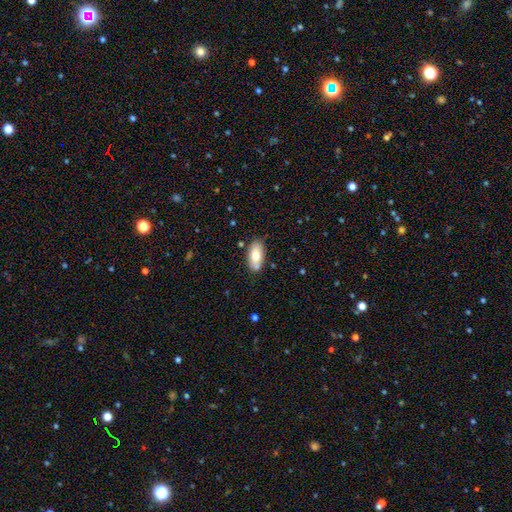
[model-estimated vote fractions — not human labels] The model was most divided on "smooth or featured": smooth: 76%, featured or disk: 17%, star or artifact: 7%. More confident: how rounded — in between (90%); merging — none (76%).